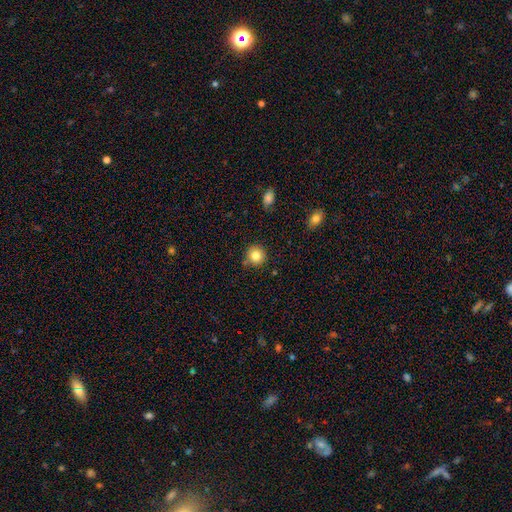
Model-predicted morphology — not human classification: The model was most divided on "smooth or featured": smooth: 84%, star or artifact: 10%, featured or disk: 6%. More confident: how rounded — round (92%); merging — none (84%).